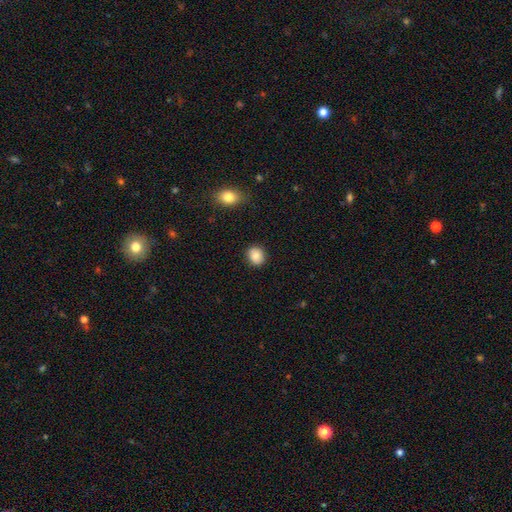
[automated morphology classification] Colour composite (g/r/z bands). It shows a smooth galaxy with no disk features (86%) that is round (70%). Merging: none (88%).